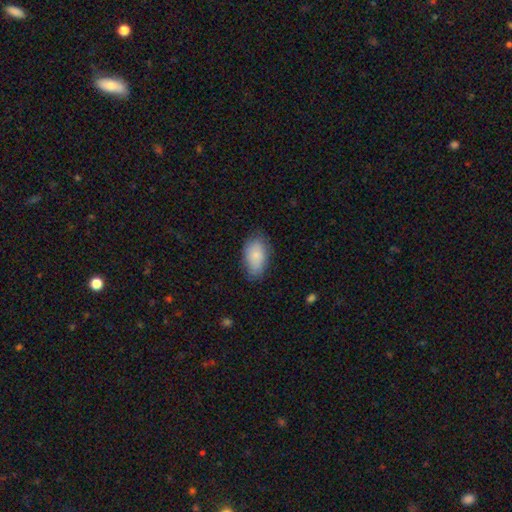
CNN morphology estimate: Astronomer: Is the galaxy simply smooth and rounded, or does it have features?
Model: smooth — 84%.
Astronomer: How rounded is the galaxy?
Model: in between — 93%.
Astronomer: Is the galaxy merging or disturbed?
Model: none — 76%.